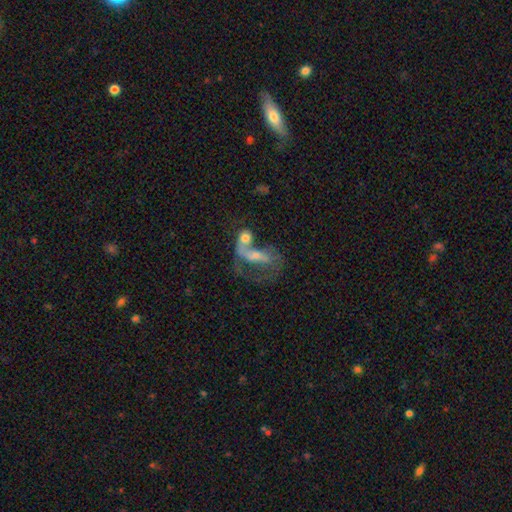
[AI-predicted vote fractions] smooth-or-featured: featured or disk: 61% | smooth: 24% | star or artifact: 15%
  disk-edge-on: no: 88% | yes: 12%
    bar: no: 49% | weak: 32% | strong: 19%
    has-spiral-arms: yes: 59% | no: 41%
    bulge-size: small: 39% | moderate: 38% | none: 15% | large: 5% | dominant: 2%
  merging: merger: 41% | none: 29% | major disturbance: 19% | minor disturbance: 11%